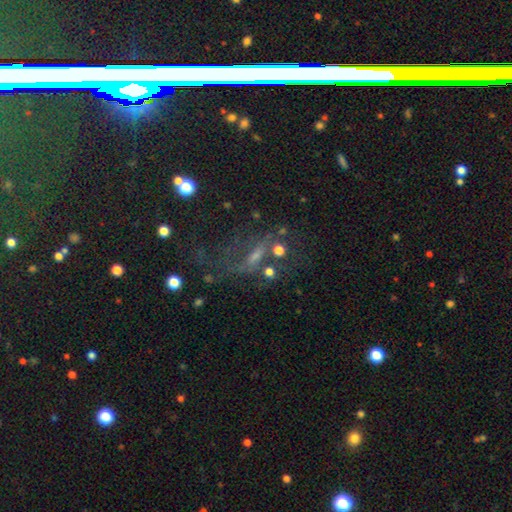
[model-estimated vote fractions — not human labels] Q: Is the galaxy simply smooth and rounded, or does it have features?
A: featured or disk — 48%.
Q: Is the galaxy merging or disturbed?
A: none — 42%.